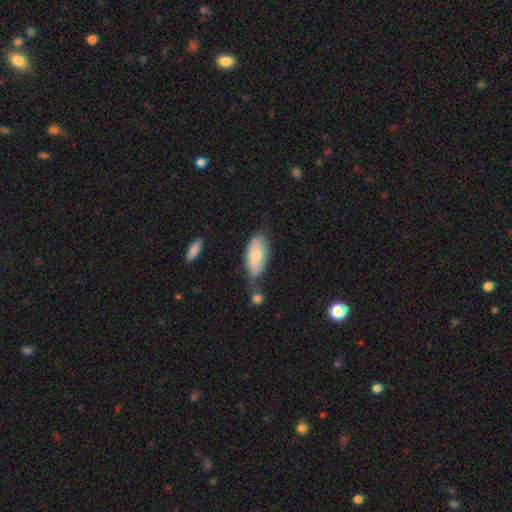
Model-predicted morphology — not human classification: This appears to be a smooth galaxy with no disk features (76%) that is in between round and cigar-shaped (91%). Merging: none (42%).